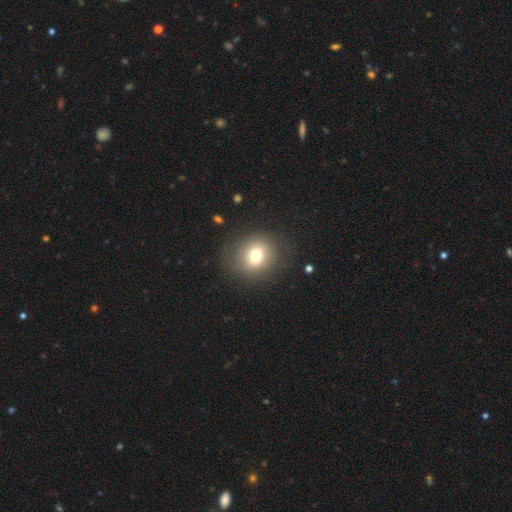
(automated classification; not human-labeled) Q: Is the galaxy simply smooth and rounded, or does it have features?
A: smooth — 73%.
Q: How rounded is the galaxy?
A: round — 76%.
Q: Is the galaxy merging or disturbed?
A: none — 84%.